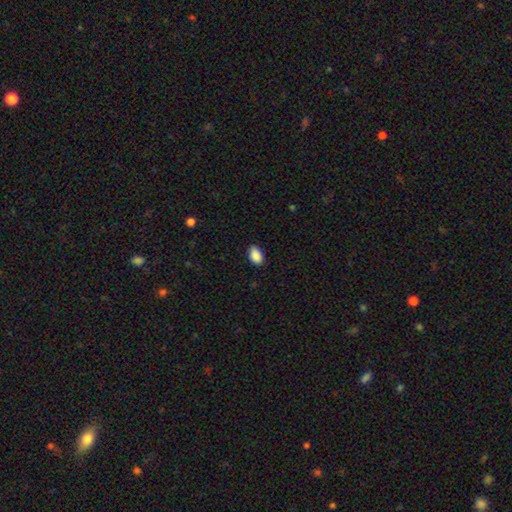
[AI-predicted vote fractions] A smooth galaxy with no disk features (90%) that is in between round and cigar-shaped (90%). Merging: none (83%).